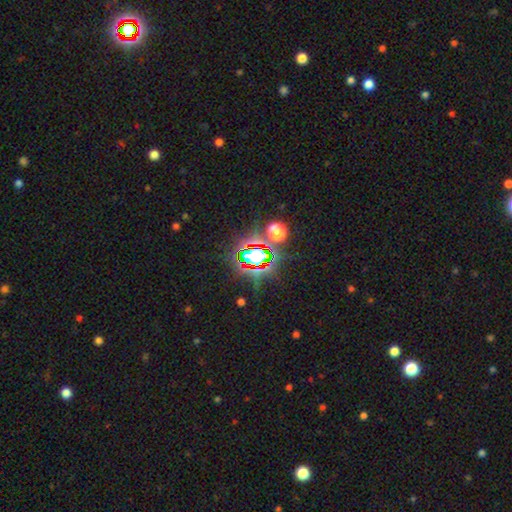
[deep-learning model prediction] Morphology: type=star or artifact (74%).